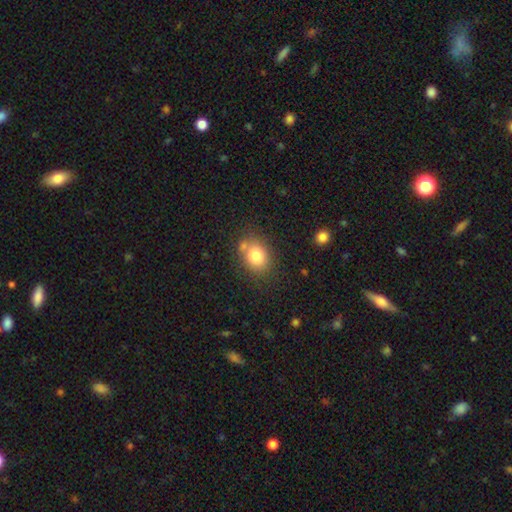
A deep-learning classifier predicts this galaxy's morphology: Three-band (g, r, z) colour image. It shows a smooth galaxy with no disk features (79%) that is round (50%). Merging: none (69%).